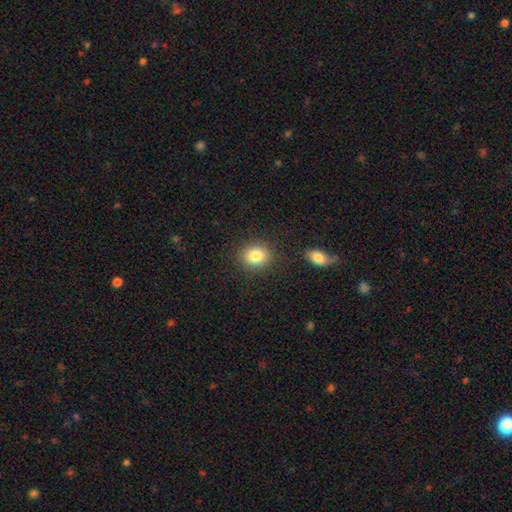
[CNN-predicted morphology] A smooth galaxy with no disk features (84%) that is round (64%).

Vote fractions:
- Smooth or featured? smooth: 84% / star or artifact: 9% / featured or disk: 7%
- How rounded? round: 64% / in between: 35% / cigar-shaped: 1%
- Merging? none: 85% / minor disturbance: 9% / major disturbance: 3% / merger: 3%